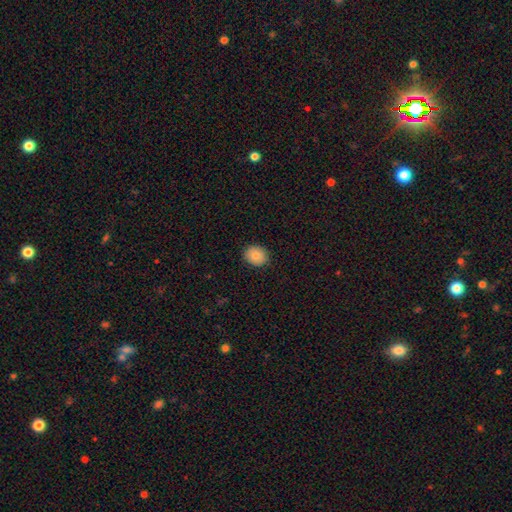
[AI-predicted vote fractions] This is clearly a smooth galaxy (86%). How rounded: likely round (67%). Merging: clearly none (89%).